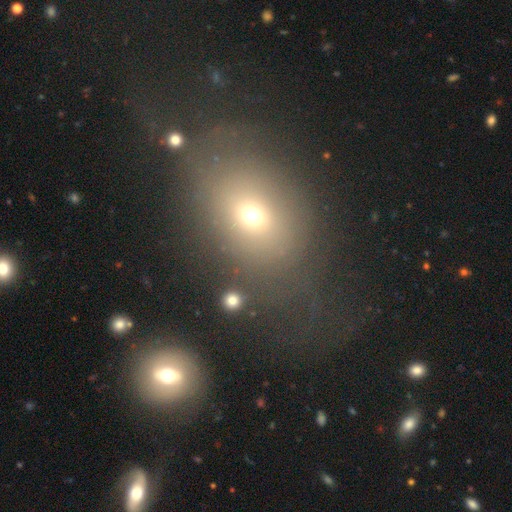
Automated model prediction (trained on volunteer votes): This appears to be a smooth galaxy with no disk features (60%) that is in between round and cigar-shaped (63%). Merging: none (59%).